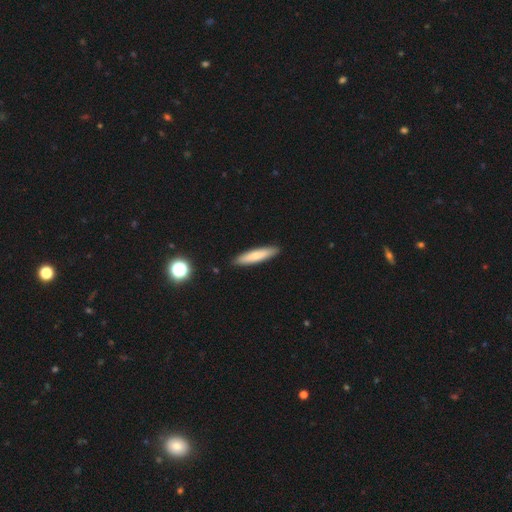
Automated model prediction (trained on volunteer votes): smooth 75%, featured or disk 19%, star or artifact 6%. Down the decision tree: how rounded — cigar-shaped (83%); merging — none (90%).